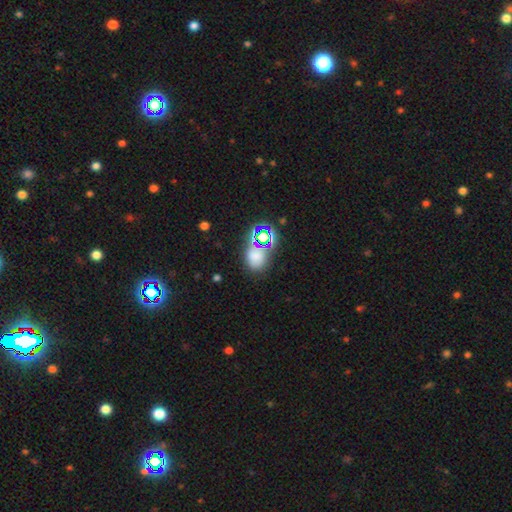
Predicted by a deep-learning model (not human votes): Overall: smooth (60%; star or artifact 30%). How rounded: in between (50%; round 48%). Merging: none (58%; merger 19%).